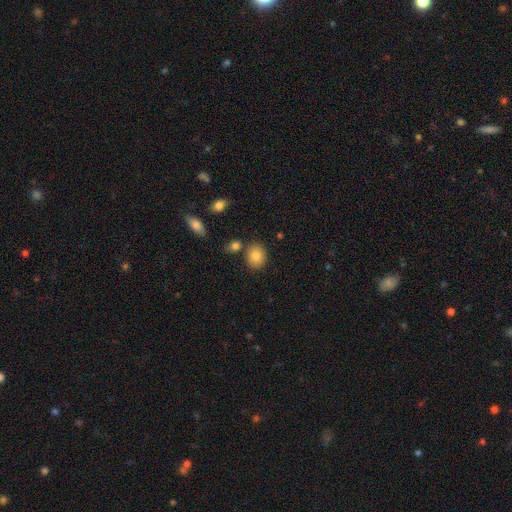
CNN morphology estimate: A smooth galaxy with no disk features (84%) that is round (57%). Merging: none (79%).